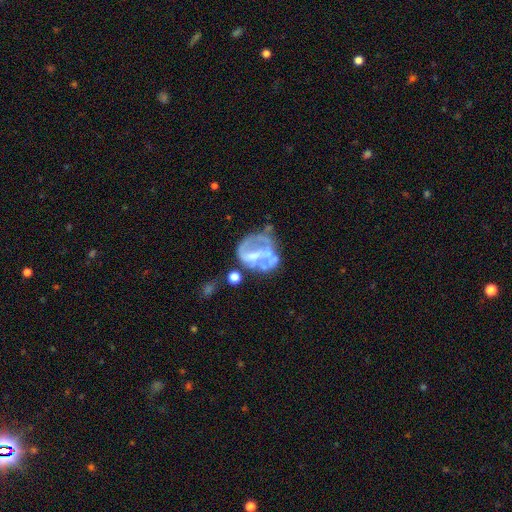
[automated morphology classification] Smooth or featured: featured or disk — 71% (smooth — 18%)
Edge-on disk: no — 97% (yes — 3%)
Bar: strong — 34% (weak — 33%)
Spiral arms: no — 54% (yes — 46%)
Bulge size: none — 38% (small — 35%)
Merging: none — 39% (major disturbance — 27%)